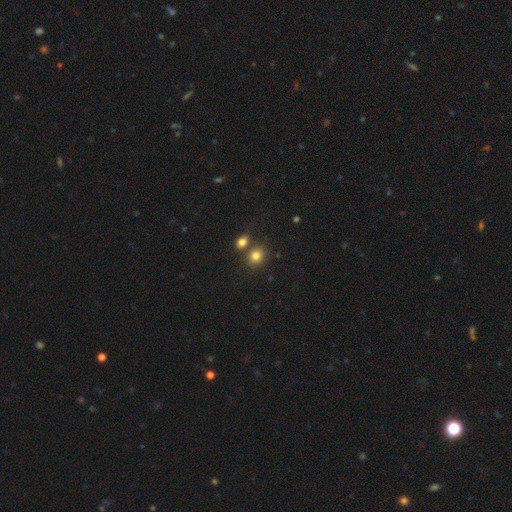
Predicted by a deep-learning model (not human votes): A smooth galaxy with no disk features (81%) that is round (67%).

Vote fractions:
- Smooth or featured? smooth: 81% / star or artifact: 12% / featured or disk: 7%
- How rounded? round: 67% / in between: 32% / cigar-shaped: 1%
- Merging? none: 64% / merger: 23% / minor disturbance: 10% / major disturbance: 3%